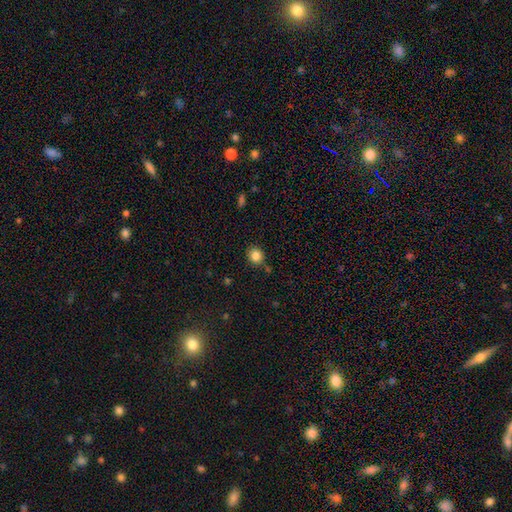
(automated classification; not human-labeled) Q: Smooth or featured?
A: smooth (84%); runner-up: star or artifact (11%)
Q: How rounded?
A: round (82%); runner-up: in between (17%)
Q: Merging?
A: none (82%); runner-up: minor disturbance (11%)